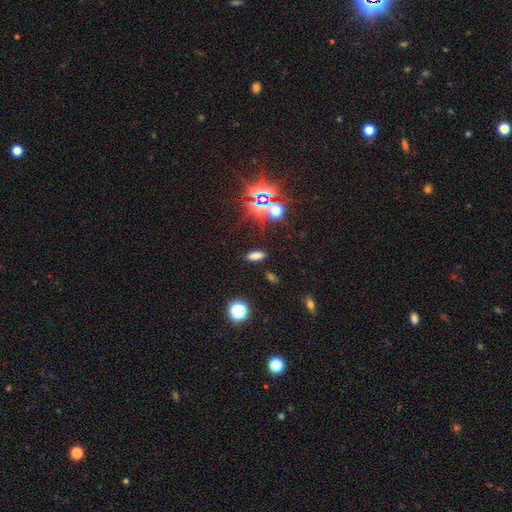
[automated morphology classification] type=smooth (69%); roundness=in between (72%); merging=none (86%).